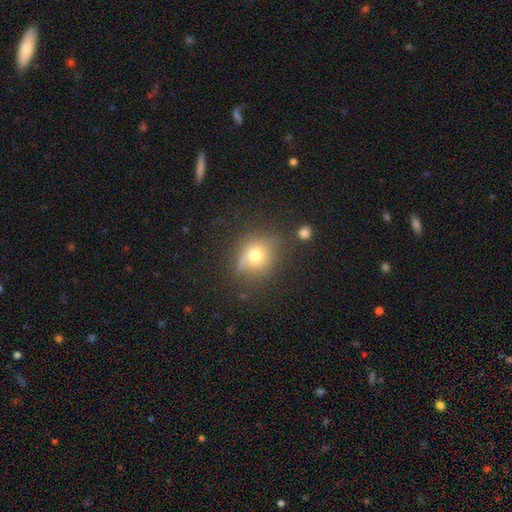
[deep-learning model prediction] The model was most divided on "merging": none: 64%, minor disturbance: 22%, major disturbance: 10%, merger: 4%. More confident: how rounded — round (73%); smooth or featured — smooth (65%).